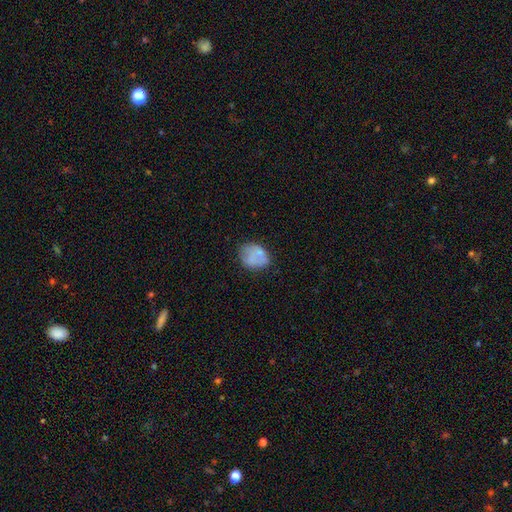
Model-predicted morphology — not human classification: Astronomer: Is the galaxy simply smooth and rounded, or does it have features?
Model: smooth — 66%.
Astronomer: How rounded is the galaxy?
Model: in between — 58% (runner-up: round, 41%).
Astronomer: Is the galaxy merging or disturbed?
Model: none — 50% (runner-up: minor disturbance, 28%).